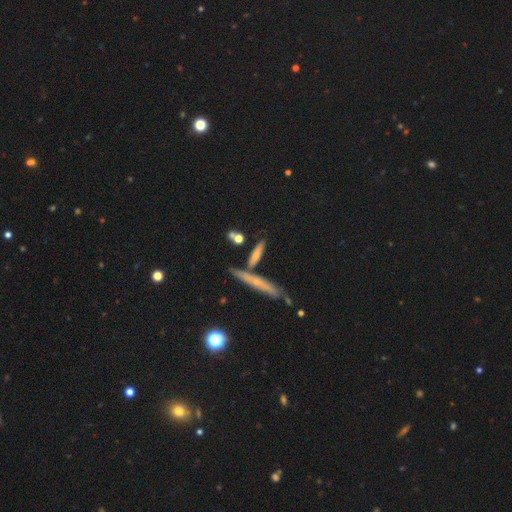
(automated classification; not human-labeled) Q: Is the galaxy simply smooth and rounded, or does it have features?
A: smooth — 46%.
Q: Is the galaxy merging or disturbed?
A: none — 70%.